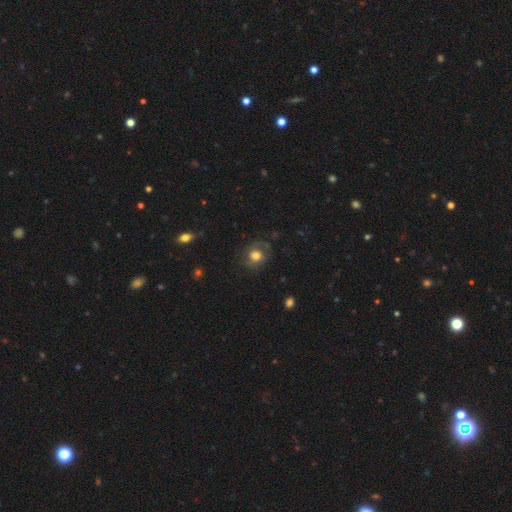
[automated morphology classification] type=smooth (60%); roundness=round (69%); merging=none (65%).